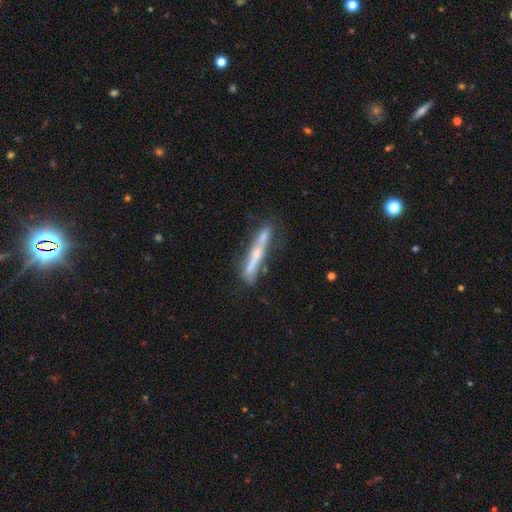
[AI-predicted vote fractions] The model was most divided on "edge-on bulge": rounded: 56%, none: 36%, boxy: 8%. More confident: edge-on disk — yes (88%); merging — none (67%); smooth or featured — featured or disk (60%).